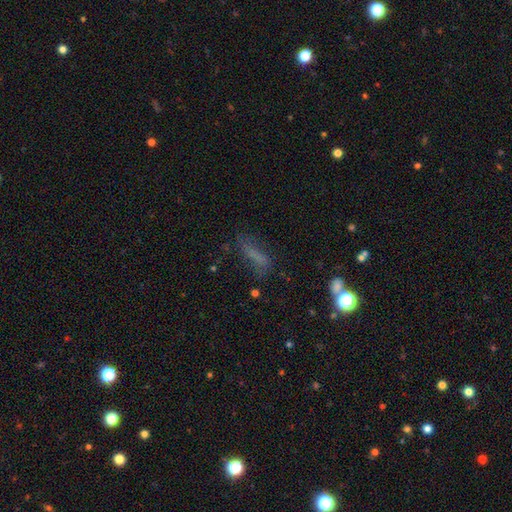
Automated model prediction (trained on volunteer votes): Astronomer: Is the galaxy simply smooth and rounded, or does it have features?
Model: smooth — 55%.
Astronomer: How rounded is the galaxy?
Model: cigar-shaped — 62%.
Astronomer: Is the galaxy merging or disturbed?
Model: none — 55%.